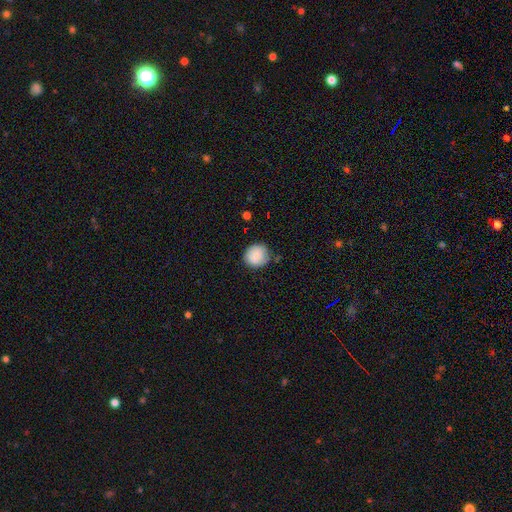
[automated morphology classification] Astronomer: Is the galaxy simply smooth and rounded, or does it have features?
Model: smooth — 86%.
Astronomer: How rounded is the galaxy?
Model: round — 87%.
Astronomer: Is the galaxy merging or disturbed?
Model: none — 80%.